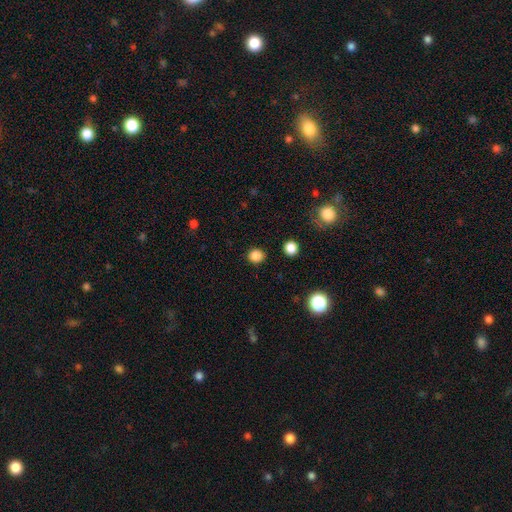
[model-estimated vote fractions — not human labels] Q: Smooth or featured?
A: smooth (85%); runner-up: star or artifact (12%)
Q: How rounded?
A: round (85%); runner-up: in between (14%)
Q: Merging?
A: none (90%); runner-up: minor disturbance (6%)